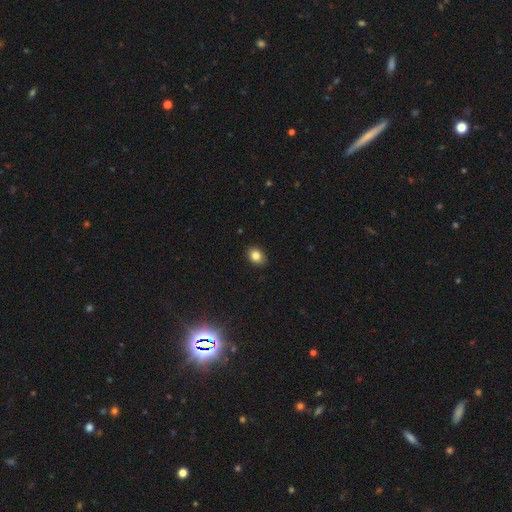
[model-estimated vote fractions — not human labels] Smooth or featured? Predicted: smooth (p=0.84). How rounded? Predicted: in between (p=0.63). Merging? Predicted: none (p=0.88).